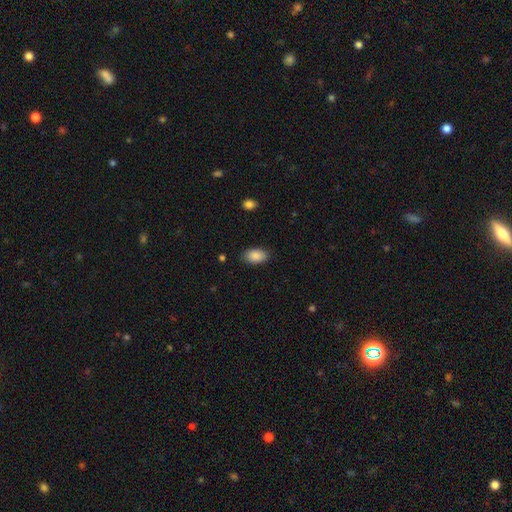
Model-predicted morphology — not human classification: smooth-or-featured: smooth: 88% | star or artifact: 7% | featured or disk: 4%
  how-rounded: in between: 93% | round: 5% | cigar-shaped: 2%
  merging: none: 86% | minor disturbance: 10% | major disturbance: 3% | merger: 1%